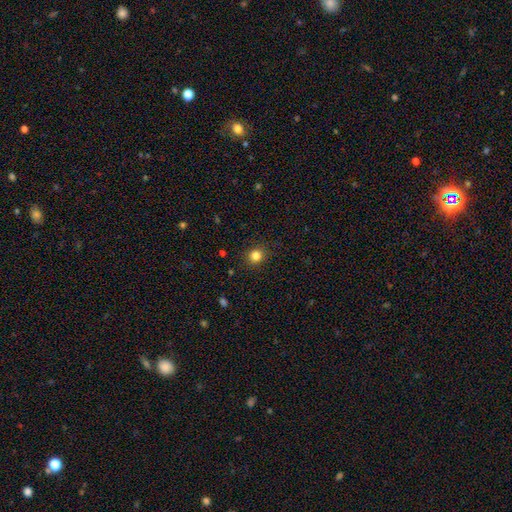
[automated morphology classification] Smooth or featured? smooth (83%)
How rounded? round (86%)
Merging? none (89%)